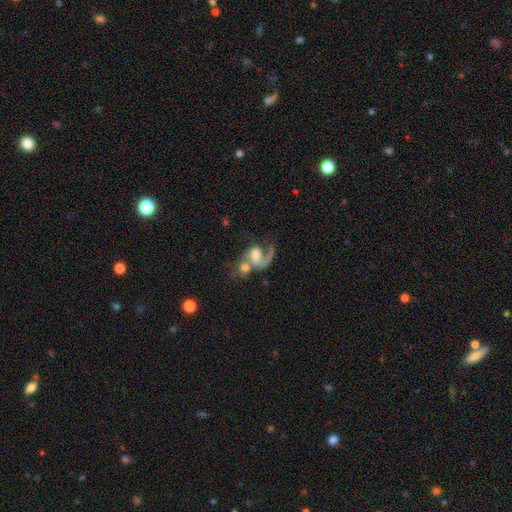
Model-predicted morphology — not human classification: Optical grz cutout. It shows a featured or disk galaxy (62%) with no bar (66%), spiral arms (79%) and a moderate central bulge (36%). Merging: merger (63%).